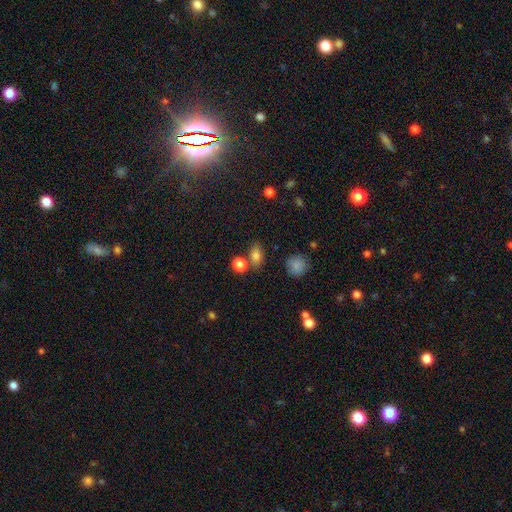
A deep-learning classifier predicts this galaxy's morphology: smooth_or_featured: smooth (p=0.80) [alt: star or artifact p=0.13]
how_rounded: in between (p=0.72) [alt: round p=0.26]
merging: none (p=0.68) [alt: merger p=0.15]